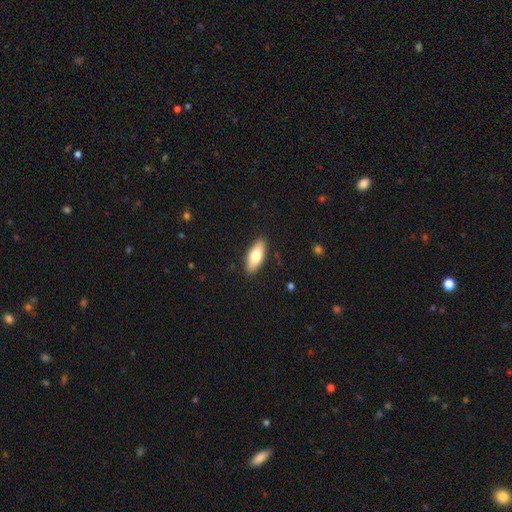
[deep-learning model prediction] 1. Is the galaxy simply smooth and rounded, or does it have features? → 74% smooth, 20% featured or disk, 6% star or artifact.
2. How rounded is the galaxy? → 79% in between, 18% cigar-shaped, 2% round.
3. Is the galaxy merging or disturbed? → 89% none, 8% minor disturbance, 2% major disturbance, 1% merger.